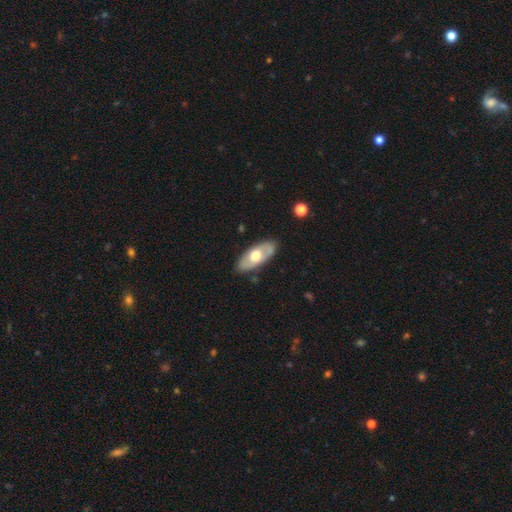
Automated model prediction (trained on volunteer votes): This appears to be a smooth galaxy with no disk features (49%). Merging: none (83%).